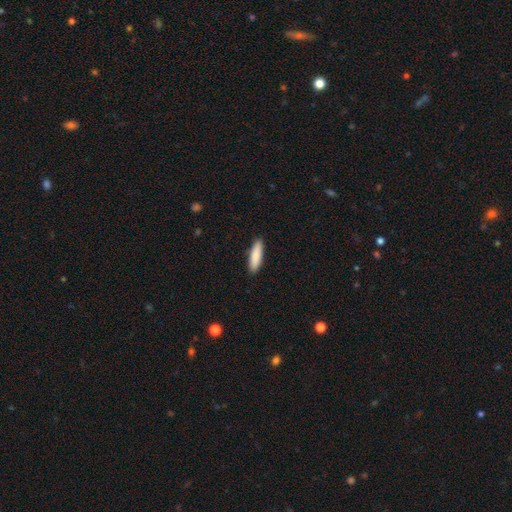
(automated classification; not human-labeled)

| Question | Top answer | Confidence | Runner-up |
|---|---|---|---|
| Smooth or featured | smooth | 87% | featured or disk (8%) |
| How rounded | cigar-shaped | 67% | in between (32%) |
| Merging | none | 90% | minor disturbance (7%) |